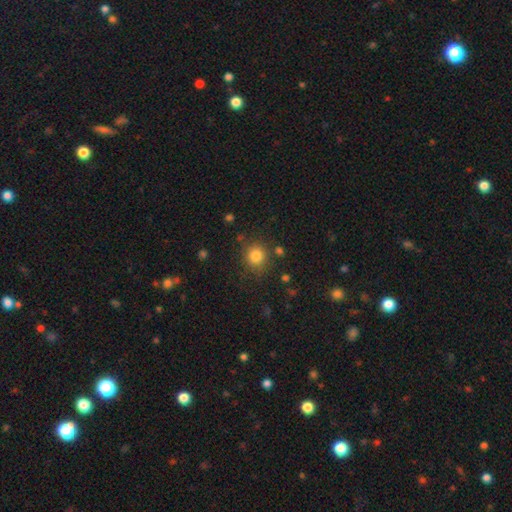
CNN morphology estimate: Smooth or featured: smooth — 82% (star or artifact — 12%)
How rounded: round — 89% (in between — 11%)
Merging: none — 81% (minor disturbance — 10%)